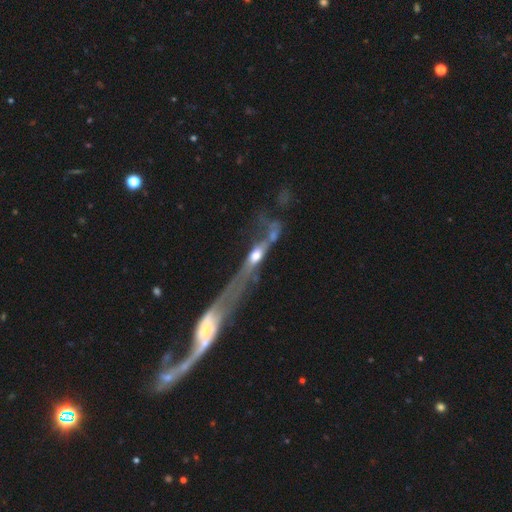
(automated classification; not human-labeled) Morphology: type=featured or disk (65%); edge-on=yes (62%); merging=major disturbance (30%).